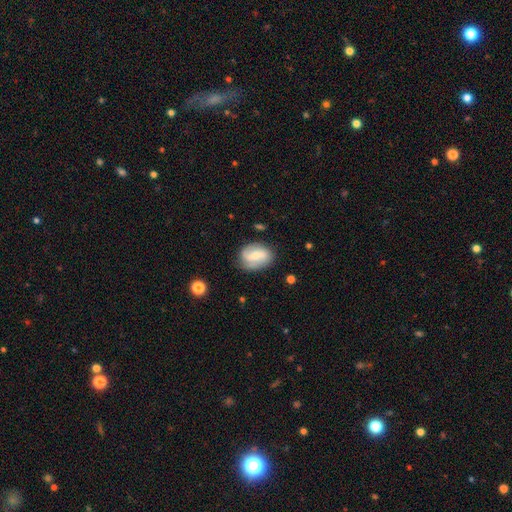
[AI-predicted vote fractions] smooth-or-featured: featured or disk: 63% | smooth: 30% | star or artifact: 7%
  disk-edge-on: no: 96% | yes: 4%
    bar: weak: 43% | no: 35% | strong: 22%
    has-spiral-arms: yes: 88% | no: 12%
      spiral-winding: loose: 42% | medium: 37% | tight: 21%
      spiral-arm-count: 2: 81% | can't tell: 9% | 1: 5% | 3: 3% | 4: 1% | more than 4: 1%
    bulge-size: small: 52% | moderate: 41% | none: 4% | large: 2% | dominant: 1%
  merging: none: 76% | minor disturbance: 17% | major disturbance: 5% | merger: 2%